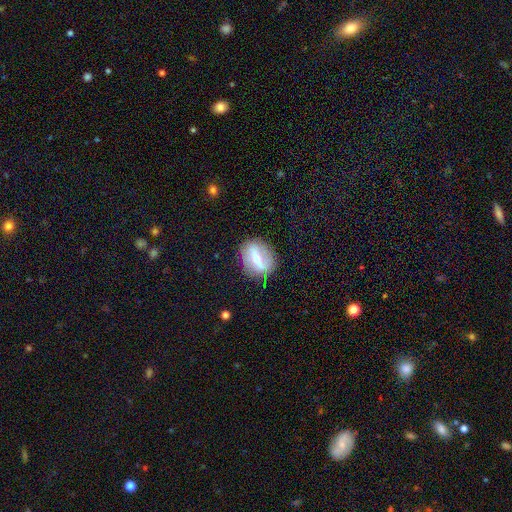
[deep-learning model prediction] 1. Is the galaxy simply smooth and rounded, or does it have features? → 57% featured or disk, 33% smooth, 10% star or artifact.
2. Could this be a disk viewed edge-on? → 68% no, 32% yes.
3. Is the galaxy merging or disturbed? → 78% none, 15% minor disturbance, 5% major disturbance, 2% merger.